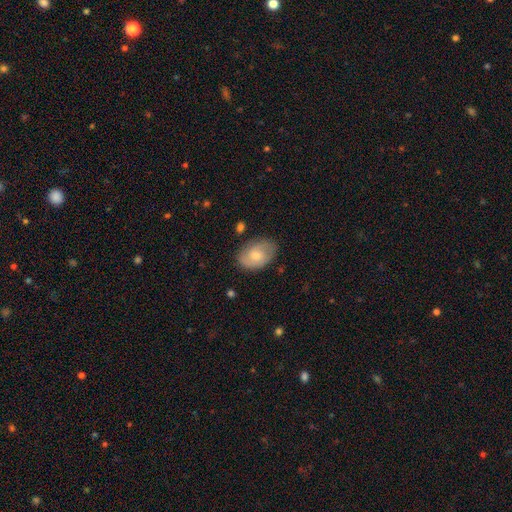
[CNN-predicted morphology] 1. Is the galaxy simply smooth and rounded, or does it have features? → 50% smooth, 44% featured or disk, 6% star or artifact.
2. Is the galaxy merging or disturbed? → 77% none, 17% minor disturbance, 4% major disturbance, 2% merger.